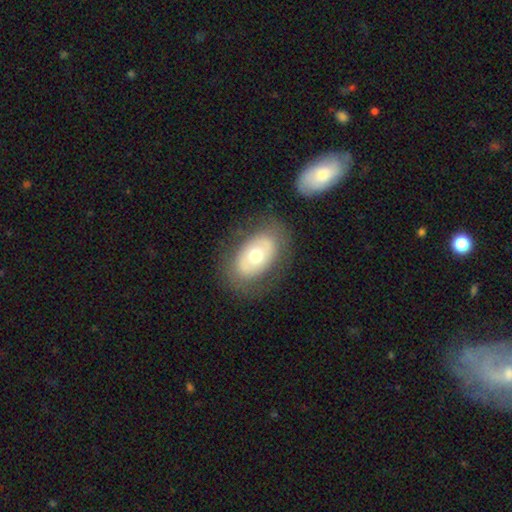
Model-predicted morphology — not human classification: The model was most divided on "smooth or featured": smooth: 52%, featured or disk: 42%, star or artifact: 7%. More confident: how rounded — in between (87%); merging — none (77%).